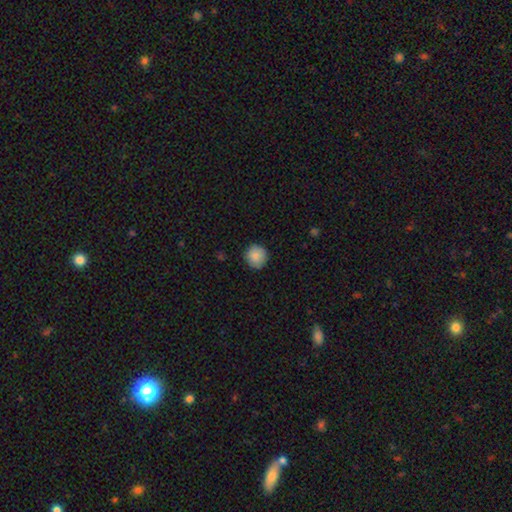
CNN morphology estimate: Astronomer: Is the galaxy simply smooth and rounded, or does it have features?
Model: smooth — 86%.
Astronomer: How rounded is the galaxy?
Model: round — 94%.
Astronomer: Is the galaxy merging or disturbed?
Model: none — 87%.